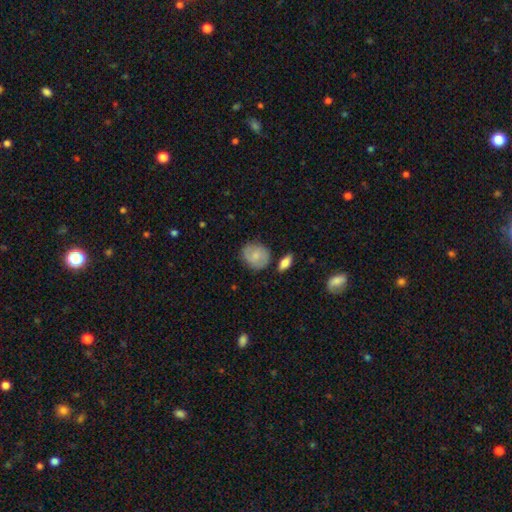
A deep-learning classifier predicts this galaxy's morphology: smooth_or_featured: smooth (p=0.71) [alt: featured or disk p=0.23]
how_rounded: round (p=0.72) [alt: in between p=0.26]
merging: none (p=0.73) [alt: minor disturbance p=0.18]